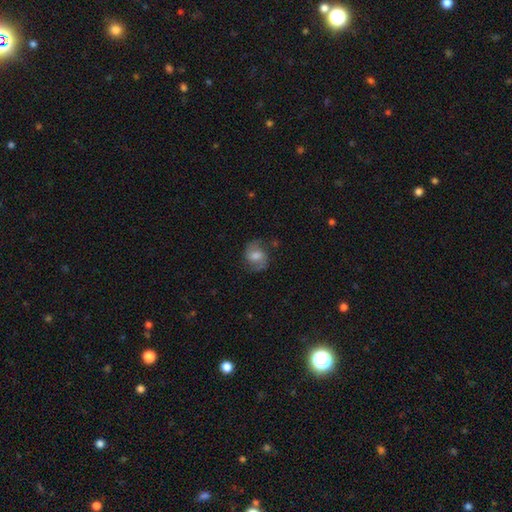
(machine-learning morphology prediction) smooth-or-featured: featured or disk: 52% | smooth: 38% | star or artifact: 10%
  disk-edge-on: no: 97% | yes: 3%
    bar: weak: 44% (tied) | no: 44% (tied) | strong: 12%
    has-spiral-arms: yes: 86% | no: 14%
    bulge-size: moderate: 44% | large: 22% | small: 21% | none: 10% | dominant: 3%
  merging: none: 69% | minor disturbance: 19% | major disturbance: 10% | merger: 2%